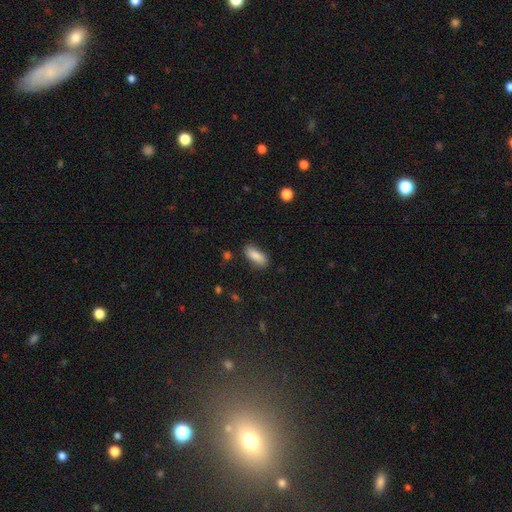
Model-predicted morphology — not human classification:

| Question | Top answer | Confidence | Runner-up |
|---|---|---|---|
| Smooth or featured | smooth | 86% | star or artifact (7%) |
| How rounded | in between | 73% | cigar-shaped (24%) |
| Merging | none | 78% | minor disturbance (16%) |